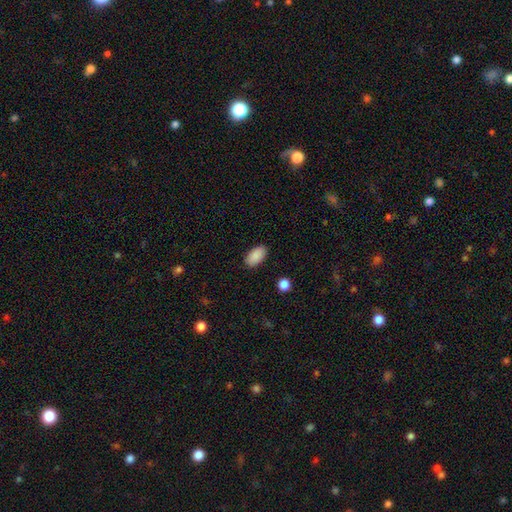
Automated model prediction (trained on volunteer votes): Smooth or featured? smooth (90%)
How rounded? in between (95%)
Merging? none (88%)